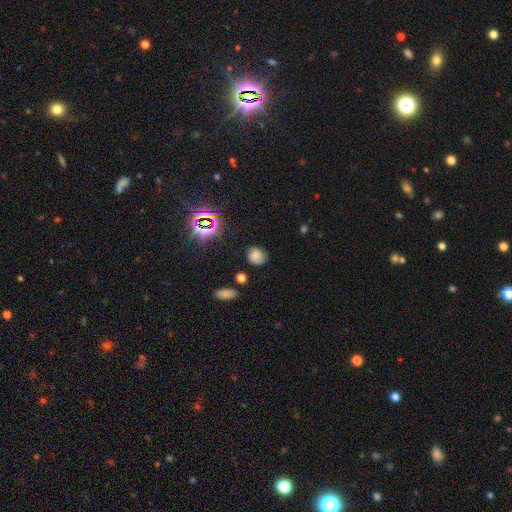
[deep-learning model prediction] Smooth or featured: smooth — 70% (star or artifact — 20%)
How rounded: round — 69% (in between — 29%)
Merging: none — 73% (minor disturbance — 19%)